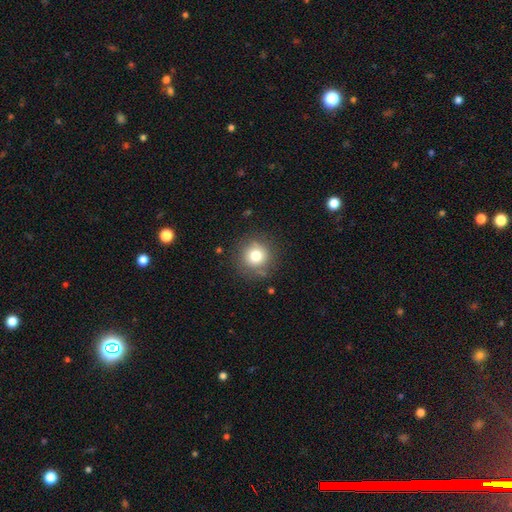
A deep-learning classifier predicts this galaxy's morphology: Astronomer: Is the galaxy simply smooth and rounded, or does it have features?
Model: smooth — 76%.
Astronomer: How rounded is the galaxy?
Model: round — 94%.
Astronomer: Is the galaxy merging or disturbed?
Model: none — 83%.